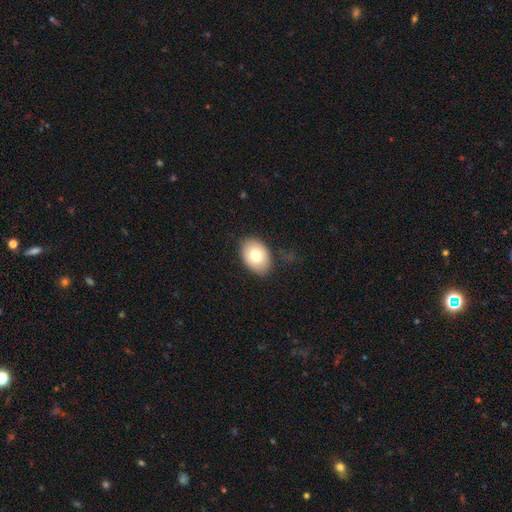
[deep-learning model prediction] The model was most divided on "smooth or featured": smooth: 75%, featured or disk: 17%, star or artifact: 7%. More confident: merging — none (83%); how rounded — in between (82%).